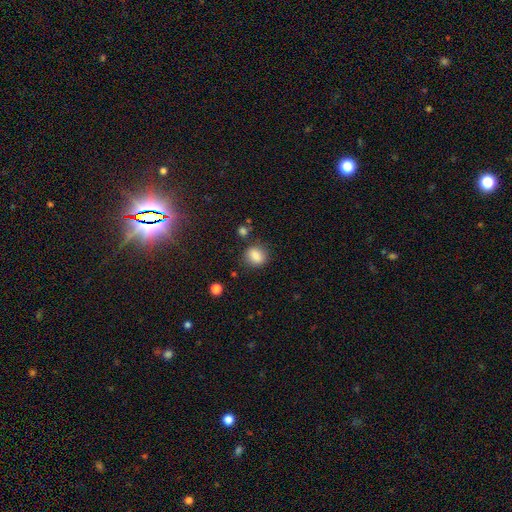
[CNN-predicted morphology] Smooth or featured? Predicted: smooth (p=0.84). How rounded? Predicted: round (p=0.51). Merging? Predicted: none (p=0.77).